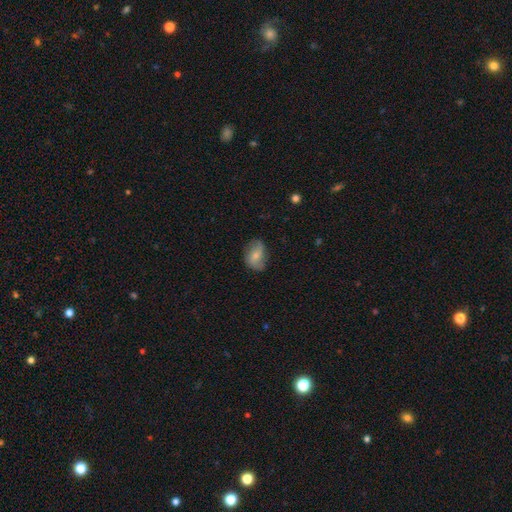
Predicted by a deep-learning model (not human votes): smooth-or-featured: smooth: 60% | featured or disk: 33% | star or artifact: 8%
  how-rounded: in between: 79% | round: 19% | cigar-shaped: 2%
  merging: none: 65% | minor disturbance: 26% | major disturbance: 8% | merger: 1%